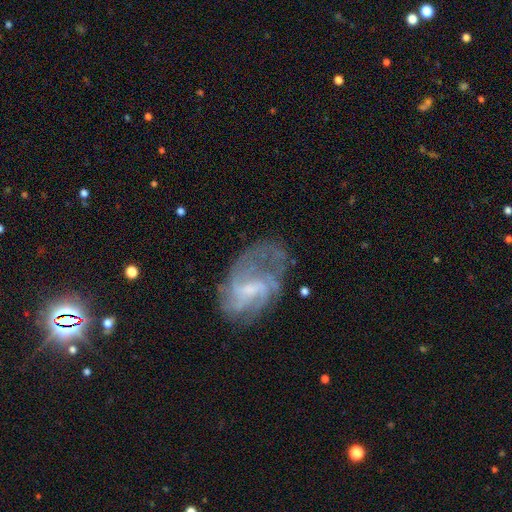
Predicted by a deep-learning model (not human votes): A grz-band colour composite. It shows a featured or disk galaxy (67%) with a weak bar (53%), medium (41%) spiral arms (81%) and a small central bulge (49%). Merging: none (55%).